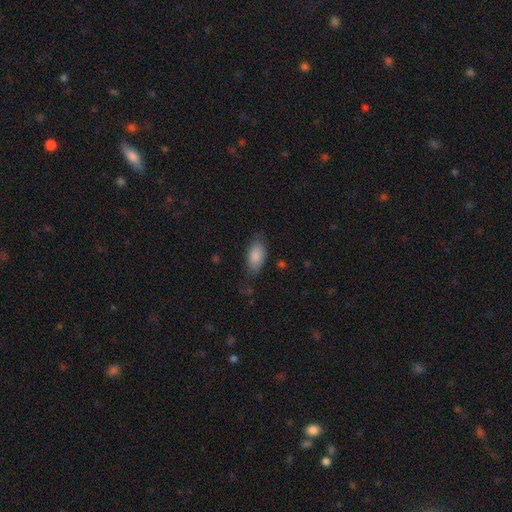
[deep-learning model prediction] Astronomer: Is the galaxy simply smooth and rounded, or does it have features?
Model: smooth — 86%.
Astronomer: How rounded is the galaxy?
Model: in between — 91%.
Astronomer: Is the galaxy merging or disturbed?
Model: none — 70%.